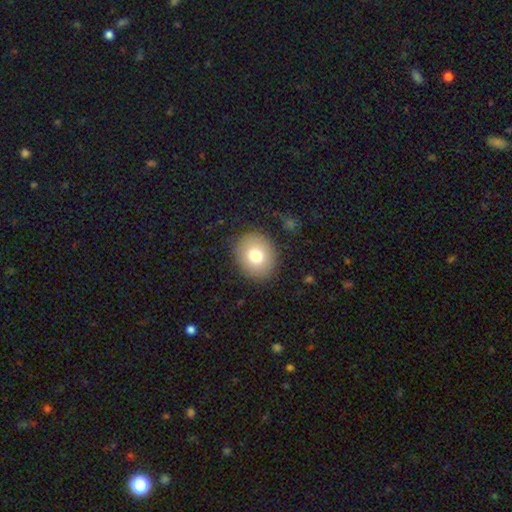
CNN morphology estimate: smooth 76%, featured or disk 14%, star or artifact 10%. Down the decision tree: how rounded — round (72%); merging — none (86%).